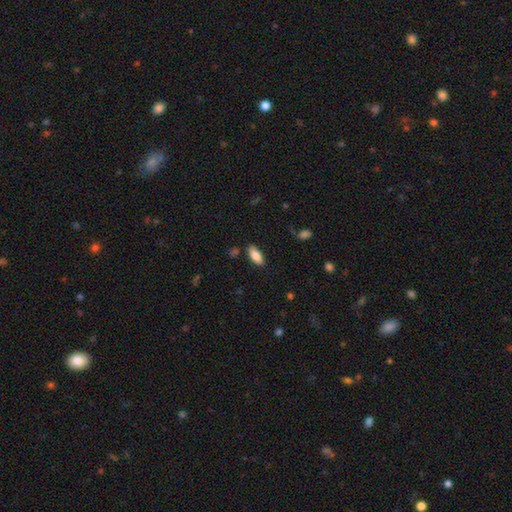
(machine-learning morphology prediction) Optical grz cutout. It shows a smooth galaxy with no disk features (84%) that is in between round and cigar-shaped (82%). Merging: none (84%).